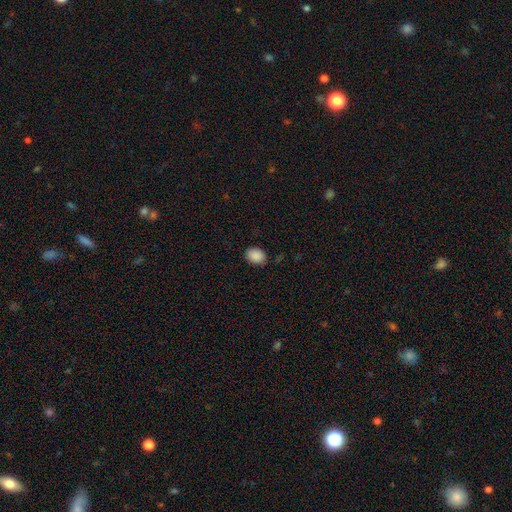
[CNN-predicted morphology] This appears to be a smooth galaxy with no disk features (89%) that is in between round and cigar-shaped (65%). Merging: none (82%).